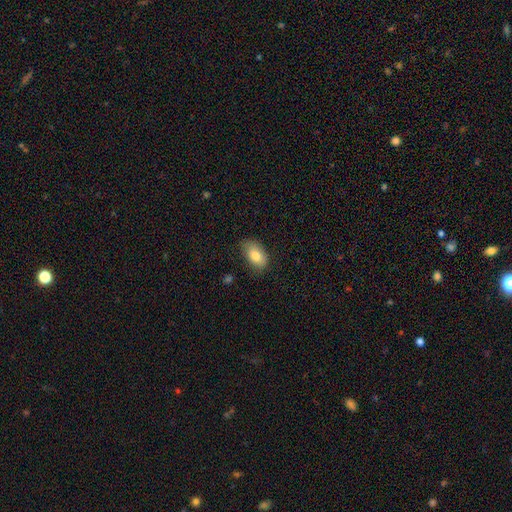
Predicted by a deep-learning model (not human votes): A smooth galaxy with no disk features (80%) that is in between round and cigar-shaped (91%).

Vote fractions:
- Smooth or featured? smooth: 80% / featured or disk: 12% / star or artifact: 8%
- How rounded? in between: 91% / round: 7% / cigar-shaped: 2%
- Merging? none: 74% / minor disturbance: 20% / major disturbance: 4% / merger: 1%